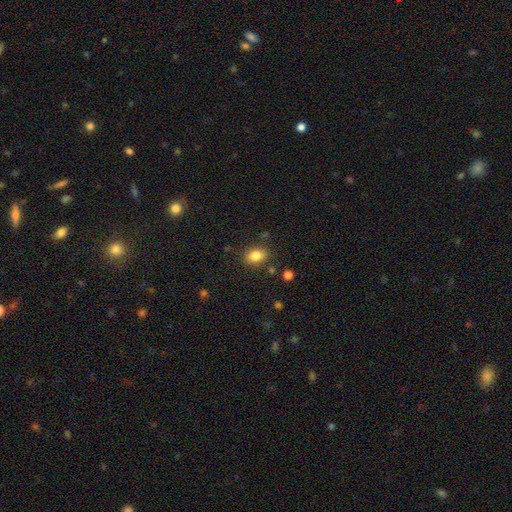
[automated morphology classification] smooth-or-featured: smooth: 84% | star or artifact: 10% | featured or disk: 6%
  how-rounded: in between: 68% | round: 31% | cigar-shaped: 1%
  merging: none: 83% | minor disturbance: 11% | major disturbance: 3% | merger: 3%